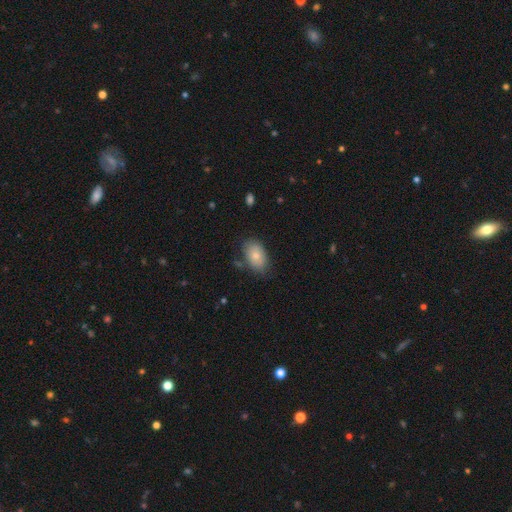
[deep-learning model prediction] The model was most divided on "merging": none: 73%, minor disturbance: 19%, major disturbance: 4%, merger: 4%. More confident: how rounded — in between (90%); smooth or featured — smooth (79%).